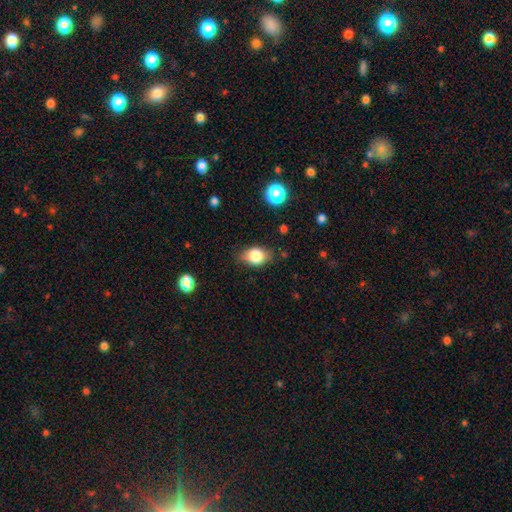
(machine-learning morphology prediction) smooth 80%, featured or disk 12%, star or artifact 9%. Down the decision tree: how rounded — in between (76%); merging — none (74%).